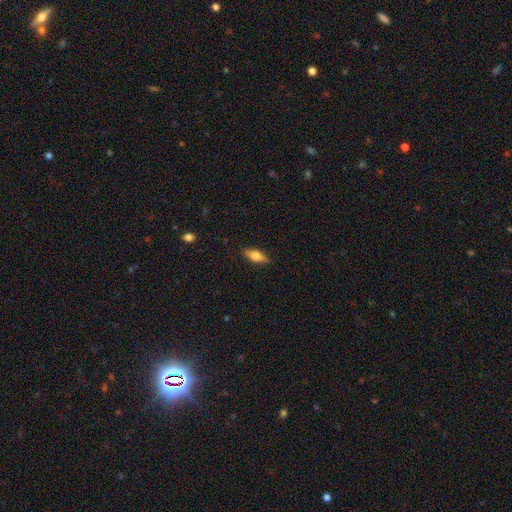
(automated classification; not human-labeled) Smooth or featured? Predicted: smooth (p=0.62). How rounded? Predicted: in between (p=0.70). Merging? Predicted: none (p=0.84).